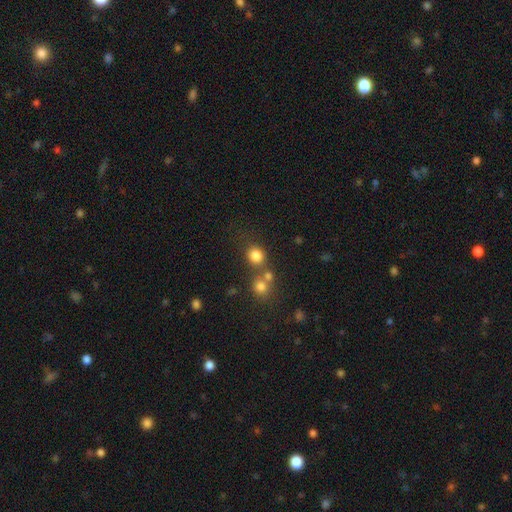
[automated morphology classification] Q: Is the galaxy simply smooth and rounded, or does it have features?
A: smooth — 80%.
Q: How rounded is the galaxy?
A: round — 81%.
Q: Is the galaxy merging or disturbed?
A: none — 63%.